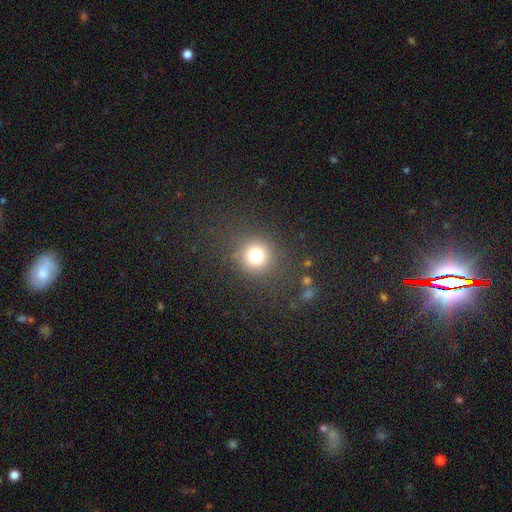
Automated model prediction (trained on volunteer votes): A smooth galaxy with no disk features (77%) that is round (90%). Merging: none (85%).